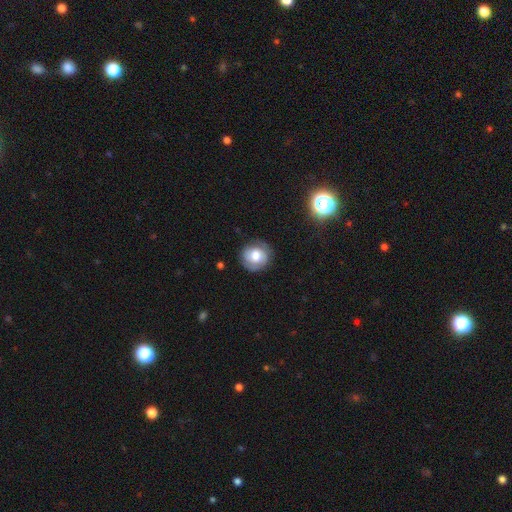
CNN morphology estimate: Smooth or featured? Predicted: smooth (p=0.55). How rounded? Predicted: round (p=0.87). Merging? Predicted: none (p=0.80).